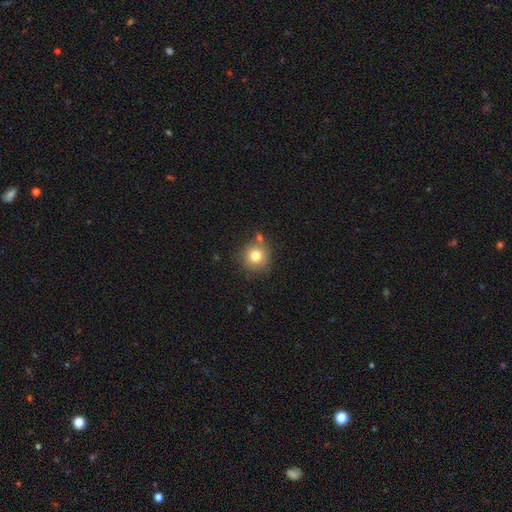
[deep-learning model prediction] This appears to be a smooth galaxy with no disk features (78%) that is round (93%). Merging: none (74%).